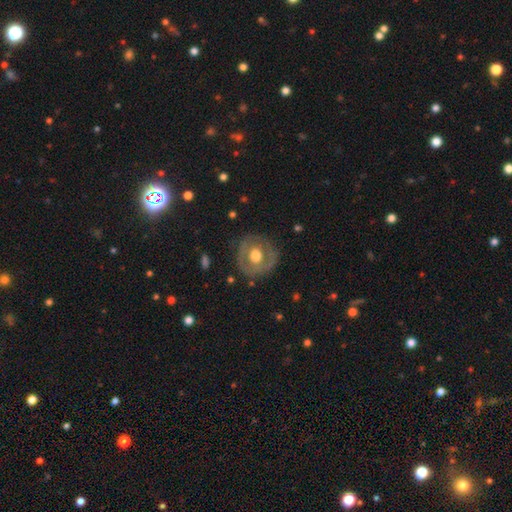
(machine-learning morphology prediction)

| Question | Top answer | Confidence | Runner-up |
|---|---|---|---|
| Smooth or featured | featured or disk | 50% | smooth (44%) |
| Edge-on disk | no | 95% | yes (5%) |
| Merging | none | 79% | minor disturbance (13%) |